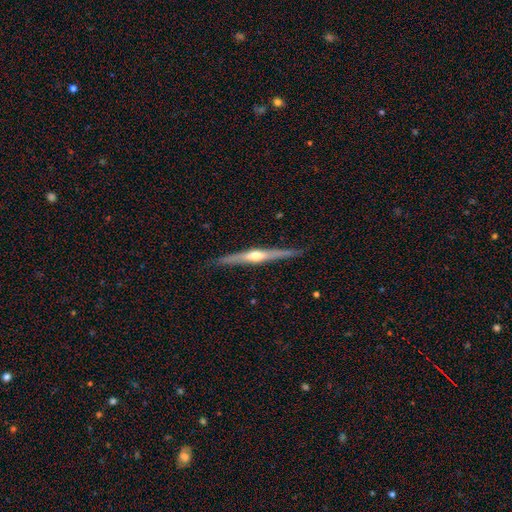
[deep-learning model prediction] Smooth or featured: featured or disk — 74% (smooth — 21%)
Edge-on disk: yes — 97% (no — 3%)
Edge-on bulge: rounded — 85% (none — 11%)
Merging: none — 87% (minor disturbance — 10%)